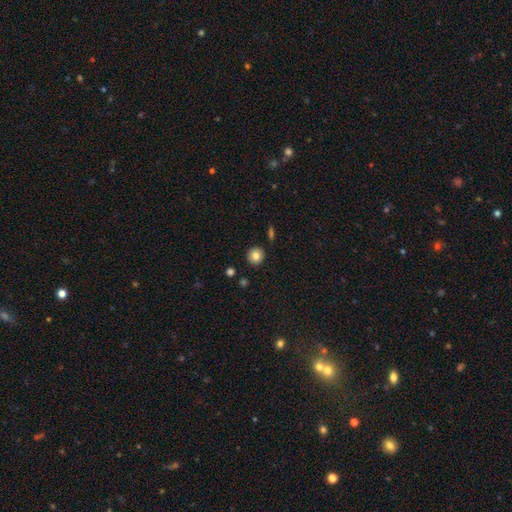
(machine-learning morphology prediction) smooth-or-featured: smooth: 82% | star or artifact: 10% | featured or disk: 8%
  how-rounded: round: 92% | in between: 7% | cigar-shaped: 1%
  merging: none: 90% | minor disturbance: 6% | merger: 2% | major disturbance: 2%